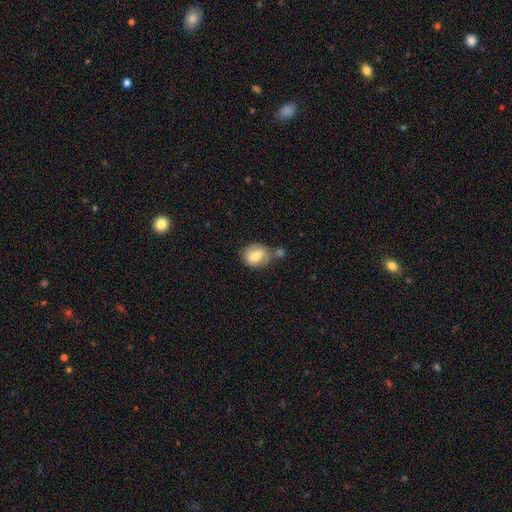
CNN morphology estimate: Q: Smooth or featured?
A: smooth (68%); runner-up: featured or disk (24%)
Q: How rounded?
A: round (64%); runner-up: in between (35%)
Q: Merging?
A: none (54%); runner-up: minor disturbance (22%)